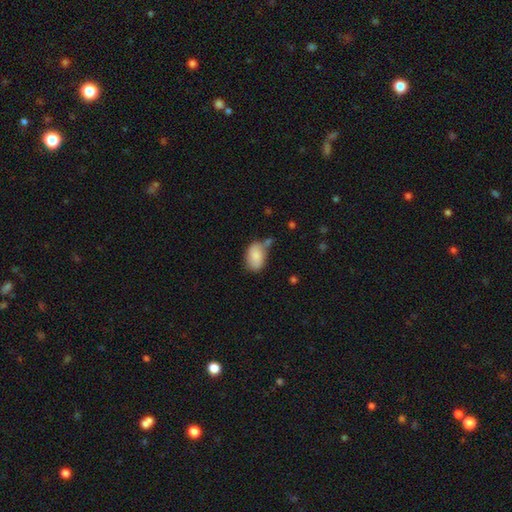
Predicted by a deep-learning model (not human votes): Smooth or featured: smooth — 83% (featured or disk — 10%)
How rounded: in between — 88% (round — 10%)
Merging: none — 52% (minor disturbance — 25%)